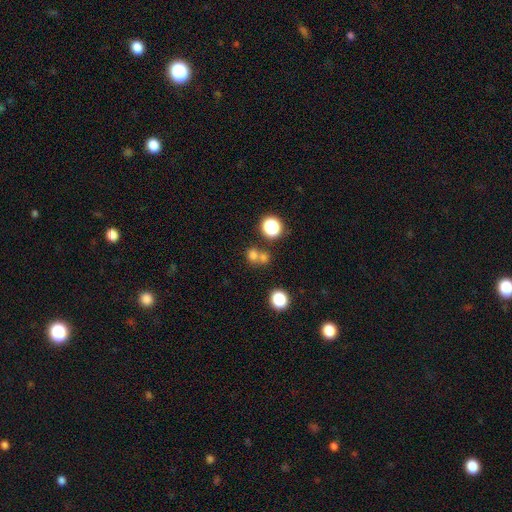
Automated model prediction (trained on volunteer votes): Smooth or featured? Predicted: smooth (p=0.70). How rounded? Predicted: round (p=0.79). Merging? Predicted: merger (p=0.45, tied with none).